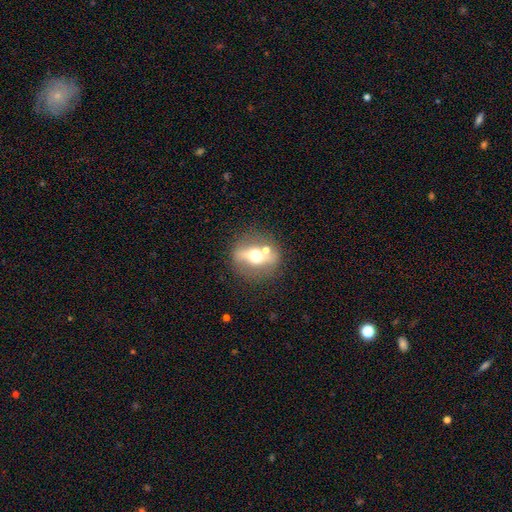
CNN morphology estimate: Smooth or featured? Predicted: featured or disk (p=0.60). Edge-on disk? Predicted: no (p=0.57). Merging? Predicted: none (p=0.74).